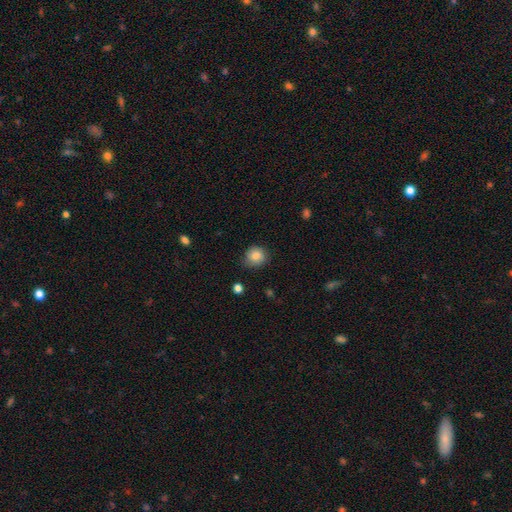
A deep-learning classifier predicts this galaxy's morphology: A smooth galaxy with no disk features (82%) that is round (83%). Merging: none (75%).